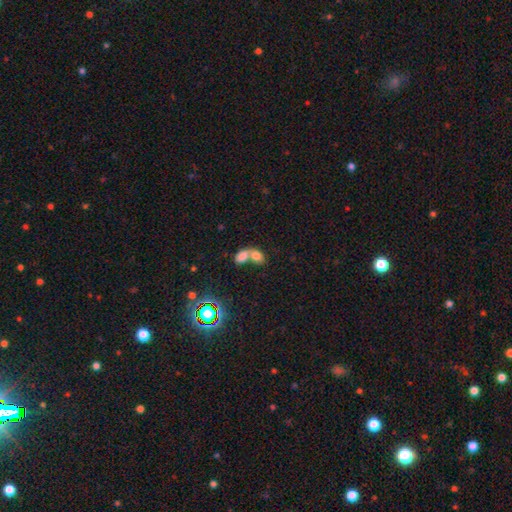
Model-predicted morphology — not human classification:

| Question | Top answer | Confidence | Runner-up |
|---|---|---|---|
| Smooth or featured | smooth | 73% | featured or disk (14%) |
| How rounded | in between | 74% | round (24%) |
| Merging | merger | 75% | none (17%) |